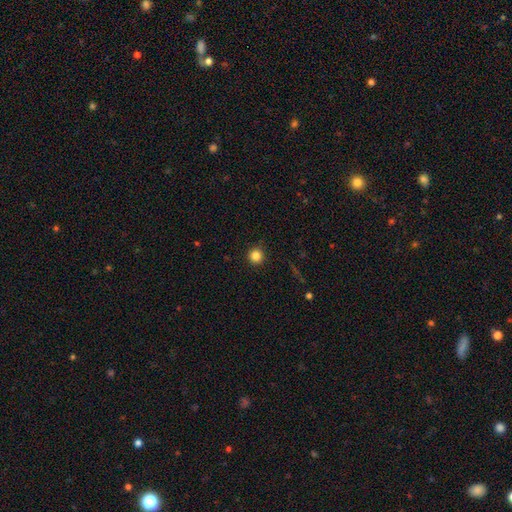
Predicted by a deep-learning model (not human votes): Smooth or featured? smooth (84%)
How rounded? round (96%)
Merging? none (91%)